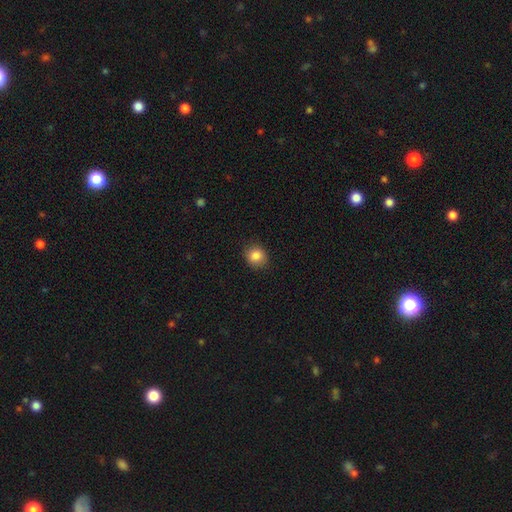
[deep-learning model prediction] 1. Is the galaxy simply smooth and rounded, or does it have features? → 84% smooth, 10% star or artifact, 5% featured or disk.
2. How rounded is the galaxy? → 76% round, 23% in between, 1% cigar-shaped.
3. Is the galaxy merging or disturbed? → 88% none, 9% minor disturbance, 2% major disturbance, 1% merger.